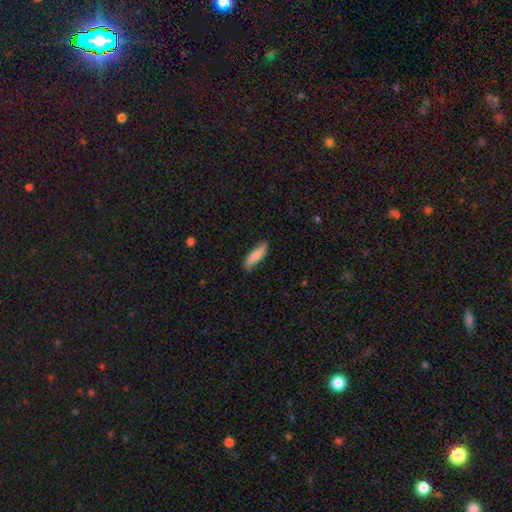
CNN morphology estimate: smooth-or-featured: smooth: 80% | featured or disk: 14% | star or artifact: 6%
  how-rounded: cigar-shaped: 65% | in between: 34% | round: 2%
  merging: none: 80% | minor disturbance: 16% | major disturbance: 3% | merger: 1%